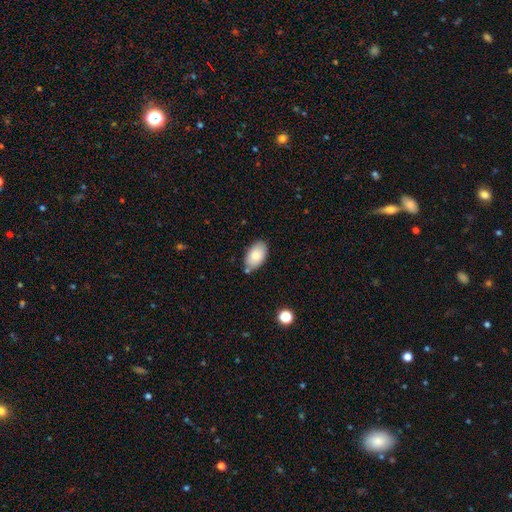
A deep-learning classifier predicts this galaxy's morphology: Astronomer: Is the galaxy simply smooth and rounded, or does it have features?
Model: smooth — 83%.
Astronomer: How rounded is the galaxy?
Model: in between — 94%.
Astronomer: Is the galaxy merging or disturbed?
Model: none — 75%.